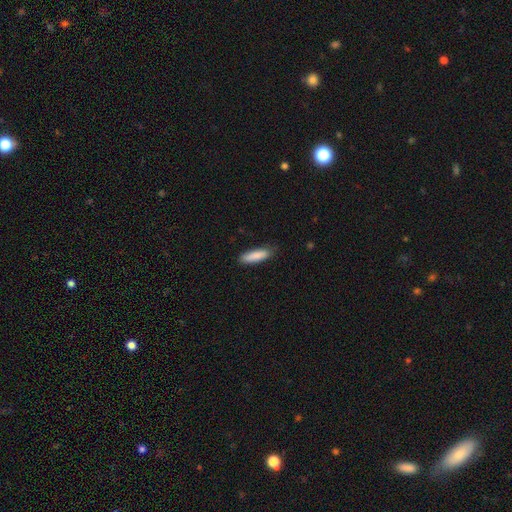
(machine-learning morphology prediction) Smooth or featured?
  - smooth: 87% *
  - featured or disk: 7%
  - star or artifact: 6%
How rounded?
  - cigar-shaped: 65% *
  - in between: 34%
  - round: 1%
Merging?
  - none: 82% *
  - minor disturbance: 15%
  - major disturbance: 2%
  - merger: 1%